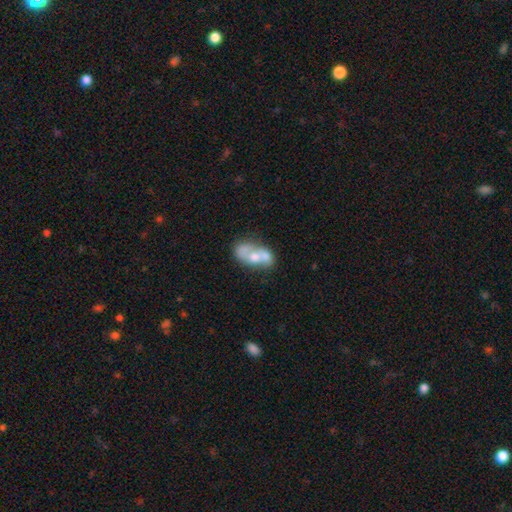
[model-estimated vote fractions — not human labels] smooth_or_featured: smooth (p=0.48) [alt: featured or disk p=0.45]
merging: merger (p=0.57) [alt: none p=0.22]